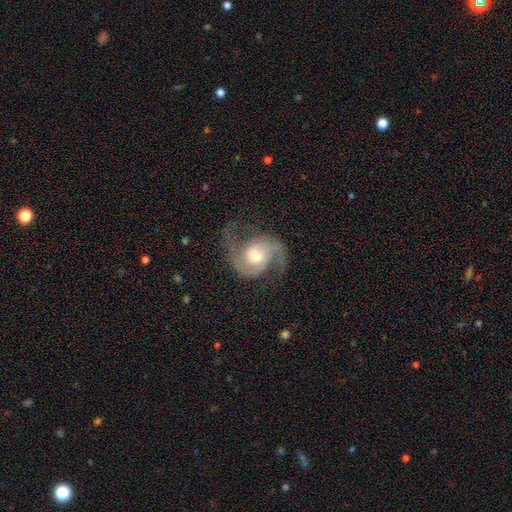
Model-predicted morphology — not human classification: This is clearly a featured or disk galaxy (91%). It is clearly not viewed edge-on (98%). Bar: likely no (63%). Spiral arm pattern: clearly yes (98%). Spiral arm count: clearly 2 (93%). Spiral winding: possibly medium (56%). Central bulge: likely moderate (65%). Merging: likely none (73%).